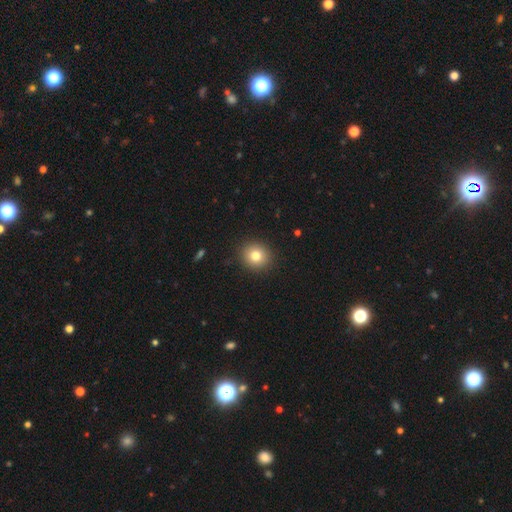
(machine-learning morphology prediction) Smooth or featured? smooth (79%)
How rounded? round (86%)
Merging? none (91%)